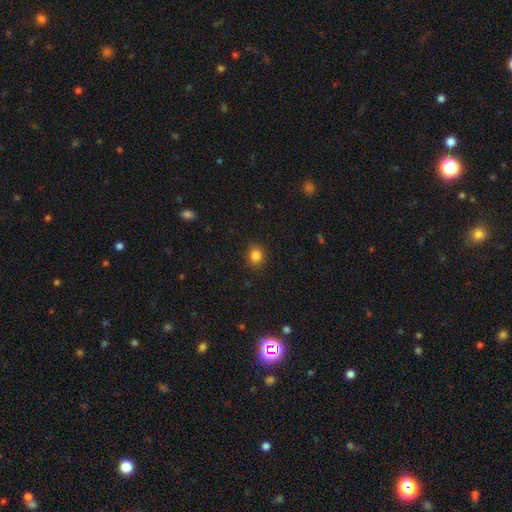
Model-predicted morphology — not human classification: smooth-or-featured: smooth: 84% | star or artifact: 11% | featured or disk: 4%
  how-rounded: round: 71% | in between: 28% | cigar-shaped: 1%
  merging: none: 88% | minor disturbance: 8% | major disturbance: 3% | merger: 1%